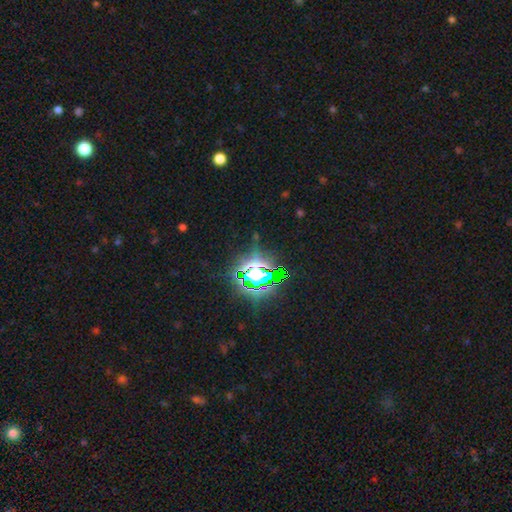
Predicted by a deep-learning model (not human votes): A star or artifact, not a galaxy (81%).